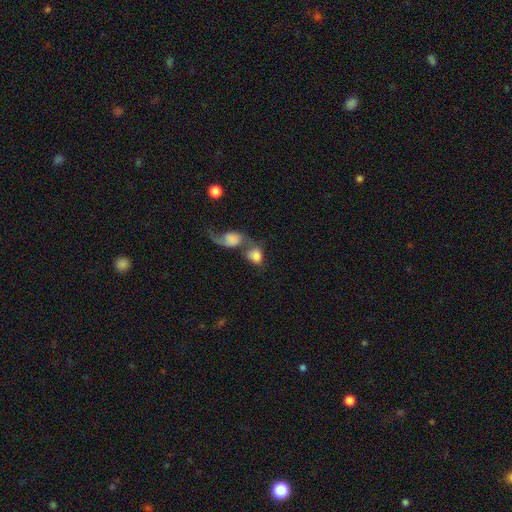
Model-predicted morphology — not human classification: smooth_or_featured: smooth (p=0.71) [alt: featured or disk p=0.21]
how_rounded: in between (p=0.54) [alt: round p=0.44]
merging: merger (p=0.68) [alt: none p=0.15]